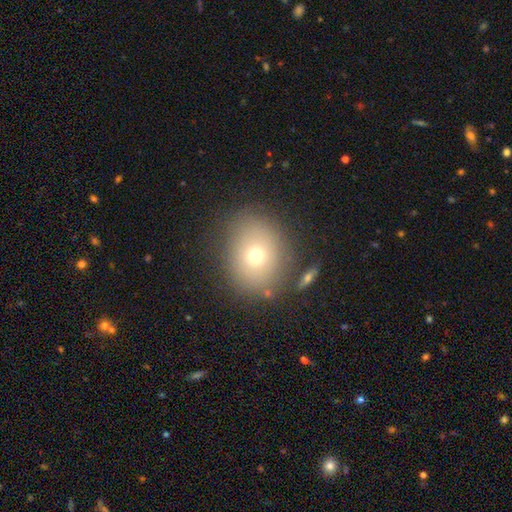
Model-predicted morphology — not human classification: A smooth galaxy with no disk features (68%) that is round (61%). Merging: none (81%).